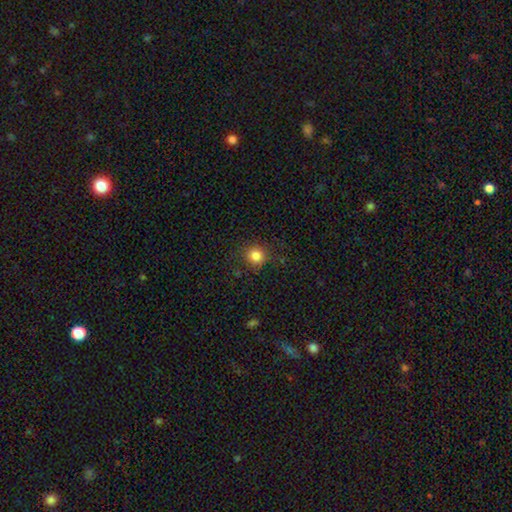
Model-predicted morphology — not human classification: Smooth or featured: smooth — 83% (star or artifact — 12%)
How rounded: round — 90% (in between — 9%)
Merging: none — 86% (minor disturbance — 10%)